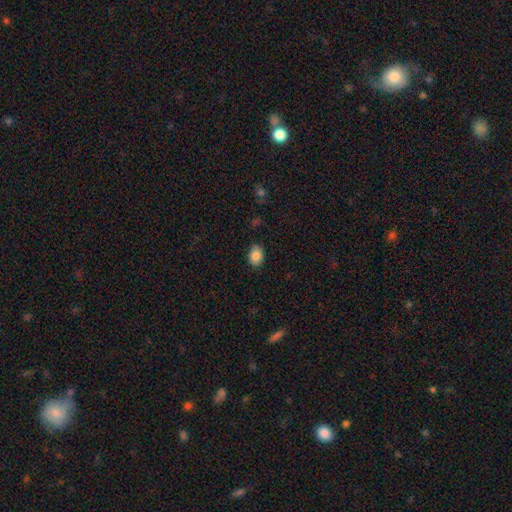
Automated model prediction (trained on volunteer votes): This appears to be a smooth galaxy with no disk features (86%) that is in between round and cigar-shaped (73%). Merging: none (84%).